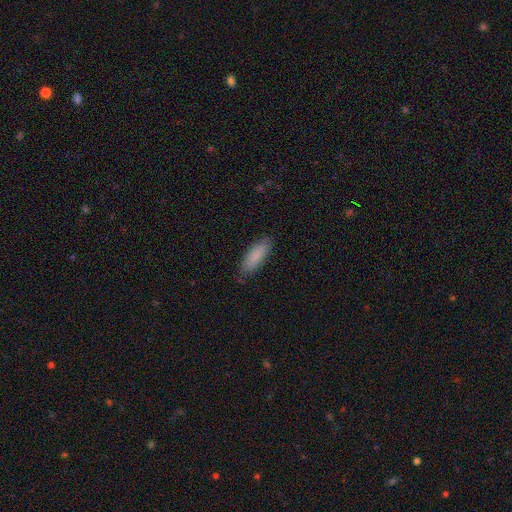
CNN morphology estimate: Smooth or featured? smooth (86%)
How rounded? in between (57%)
Merging? none (84%)